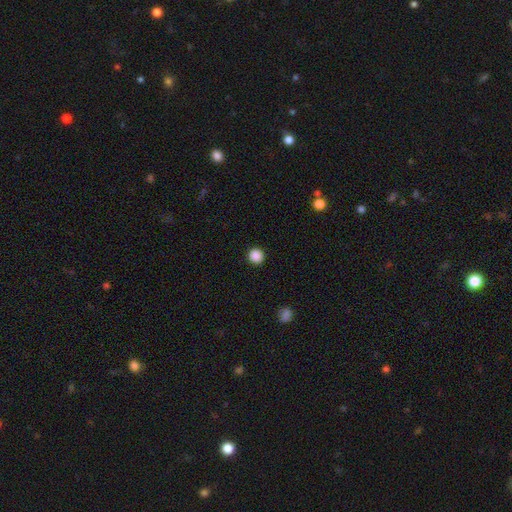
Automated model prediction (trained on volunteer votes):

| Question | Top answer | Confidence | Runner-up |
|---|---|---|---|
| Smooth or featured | smooth | 88% | star or artifact (10%) |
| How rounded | round | 95% | in between (4%) |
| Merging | none | 93% | minor disturbance (4%) |